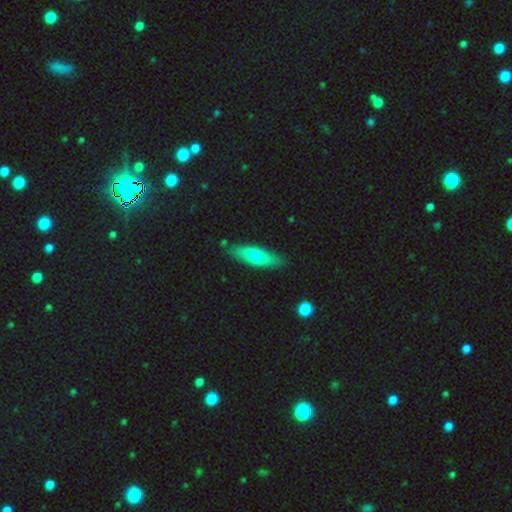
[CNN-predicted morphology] Smooth or featured: smooth — 64% (featured or disk — 31%)
How rounded: cigar-shaped — 50% (in between — 48%)
Merging: none — 84% (minor disturbance — 11%)